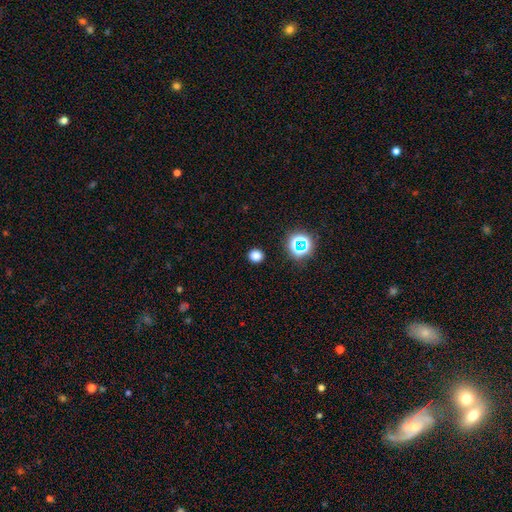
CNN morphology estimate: Smooth or featured: smooth — 77% (star or artifact — 19%)
How rounded: round — 89% (in between — 10%)
Merging: none — 91% (minor disturbance — 5%)